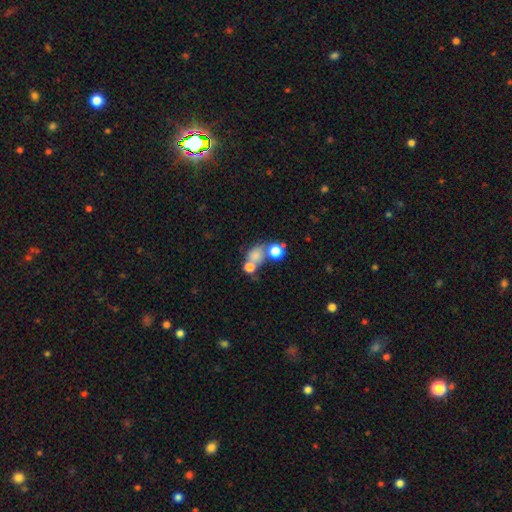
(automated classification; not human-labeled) Morphology: type=smooth (68%); roundness=round (59%); merging=merger (43%).